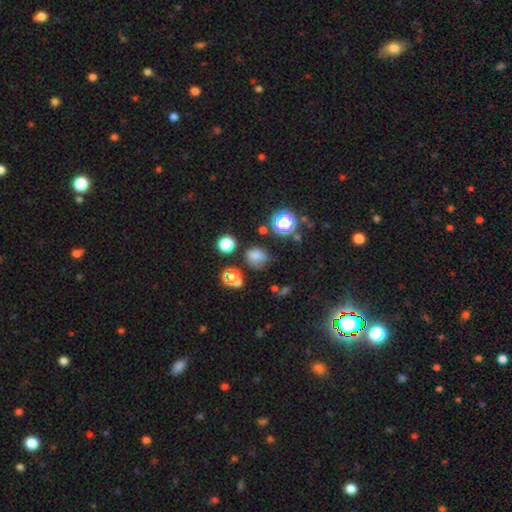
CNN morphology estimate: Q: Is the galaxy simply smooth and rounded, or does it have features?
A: smooth — 67%.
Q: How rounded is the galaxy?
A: round — 62%.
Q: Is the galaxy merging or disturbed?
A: none — 60%.